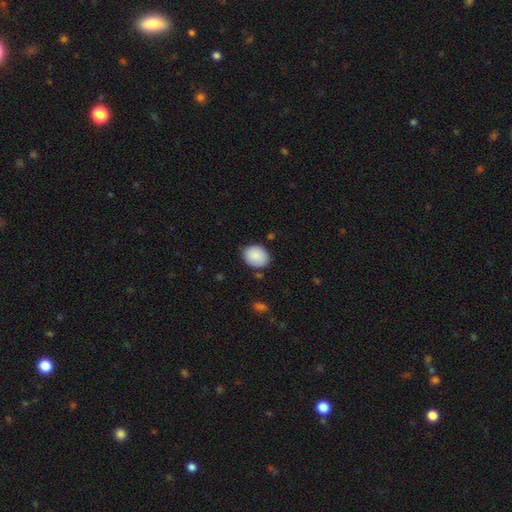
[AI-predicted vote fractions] smooth 88%, star or artifact 7%, featured or disk 5%. Down the decision tree: how rounded — round (57%); merging — none (82%).